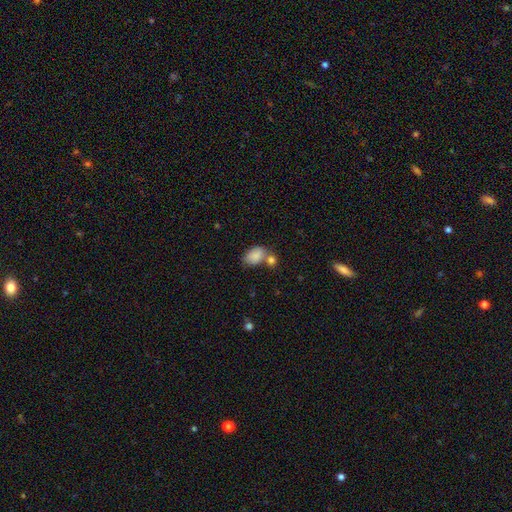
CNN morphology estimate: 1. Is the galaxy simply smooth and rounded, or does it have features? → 86% smooth, 8% star or artifact, 6% featured or disk.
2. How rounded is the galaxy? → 86% in between, 12% round, 1% cigar-shaped.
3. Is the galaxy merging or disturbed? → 45% none, 35% merger, 15% minor disturbance, 6% major disturbance.